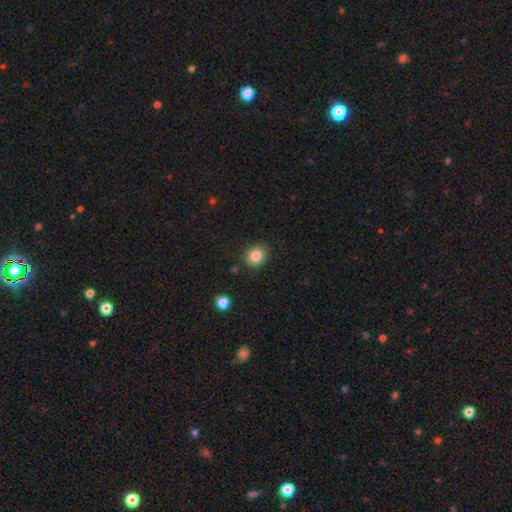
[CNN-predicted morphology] This appears to be a smooth galaxy with no disk features (83%) that is round (75%). Merging: none (87%).